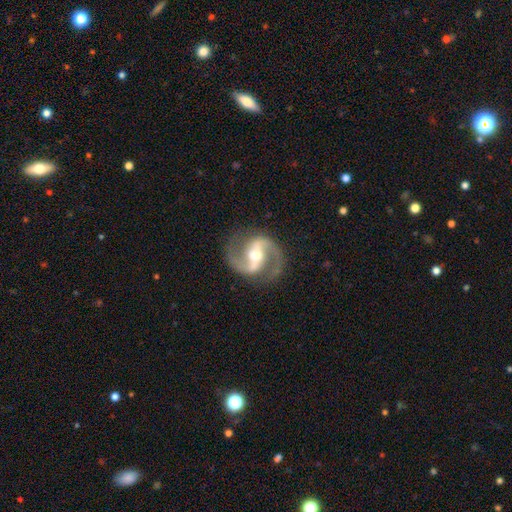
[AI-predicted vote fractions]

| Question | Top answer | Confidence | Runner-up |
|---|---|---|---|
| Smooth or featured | featured or disk | 93% | star or artifact (4%) |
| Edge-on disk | no | 98% | yes (2%) |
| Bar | strong | 50% | weak (34%) |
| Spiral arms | yes | 98% | no (2%) |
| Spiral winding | medium | 64% | loose (21%) |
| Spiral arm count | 2 | 94% | can't tell (1%) |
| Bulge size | moderate | 66% | small (27%) |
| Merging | none | 85% | minor disturbance (10%) |